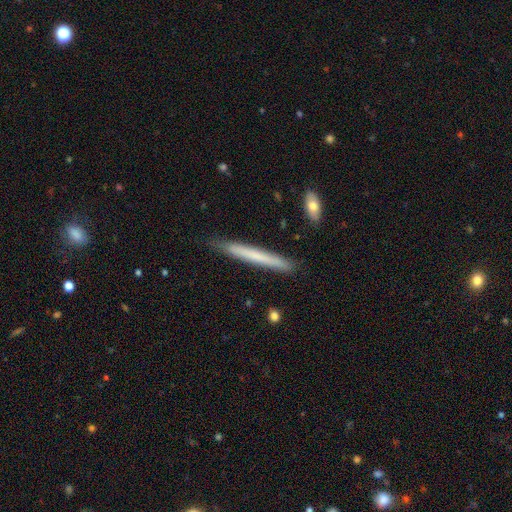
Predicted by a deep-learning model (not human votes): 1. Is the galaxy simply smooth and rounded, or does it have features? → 60% smooth, 34% featured or disk, 6% star or artifact.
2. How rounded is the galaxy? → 97% cigar-shaped, 2% in between, 1% round.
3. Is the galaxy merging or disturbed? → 86% none, 11% minor disturbance, 2% major disturbance, 1% merger.